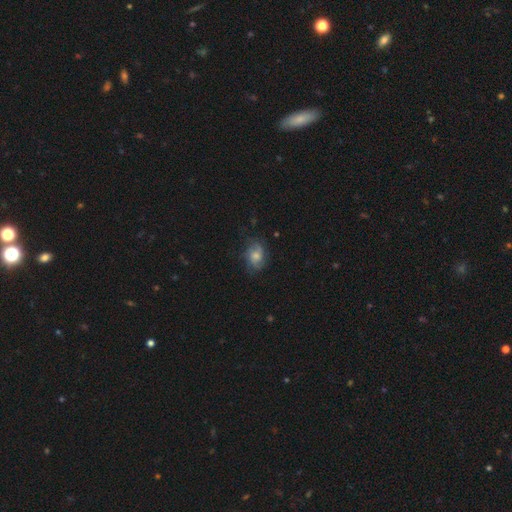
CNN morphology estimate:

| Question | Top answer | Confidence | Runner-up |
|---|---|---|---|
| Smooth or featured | featured or disk | 54% | smooth (37%) |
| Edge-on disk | no | 97% | yes (3%) |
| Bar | no | 73% | weak (23%) |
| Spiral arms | yes | 85% | no (15%) |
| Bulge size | moderate | 52% | small (26%) |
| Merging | none | 68% | minor disturbance (21%) |